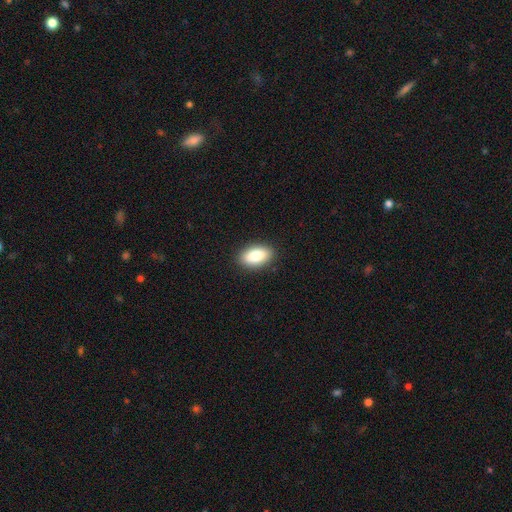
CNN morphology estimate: Q: Smooth or featured?
A: smooth (86%); runner-up: star or artifact (7%)
Q: How rounded?
A: in between (92%); runner-up: round (4%)
Q: Merging?
A: none (89%); runner-up: minor disturbance (8%)